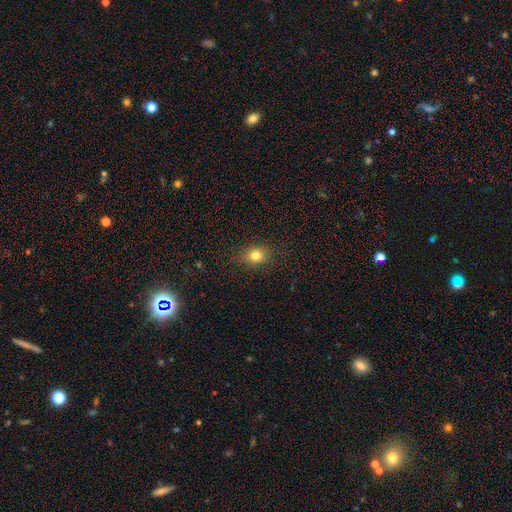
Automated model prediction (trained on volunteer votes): This is likely a smooth galaxy (78%). How rounded: possibly round (56%). Merging: clearly none (85%).